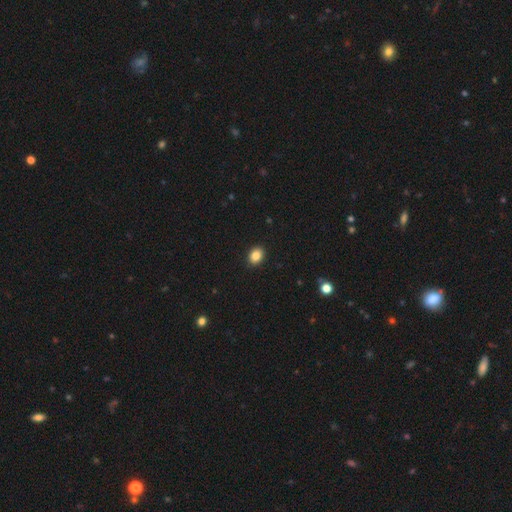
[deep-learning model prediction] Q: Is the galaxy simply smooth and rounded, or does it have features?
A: smooth — 86%.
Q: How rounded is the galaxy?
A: in between — 57%.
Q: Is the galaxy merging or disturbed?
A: none — 91%.